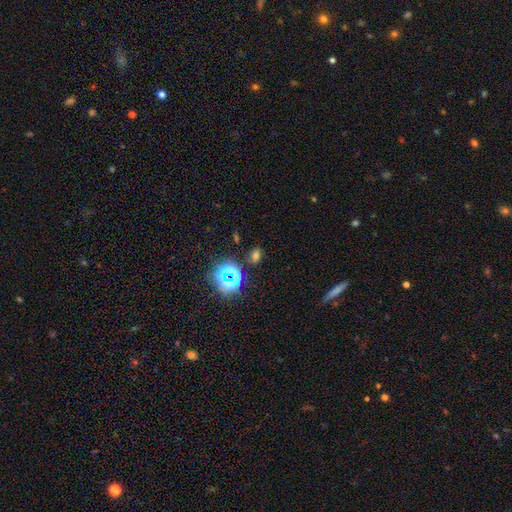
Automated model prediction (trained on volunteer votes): smooth 54%, star or artifact 38%, featured or disk 8%. Down the decision tree: how rounded — in between (62%); merging — none (81%).